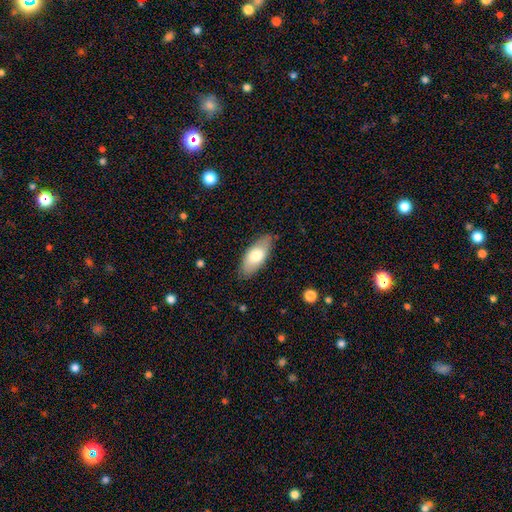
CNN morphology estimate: smooth-or-featured: smooth: 71% | featured or disk: 23% | star or artifact: 6%
  how-rounded: in between: 85% | cigar-shaped: 13% | round: 2%
  merging: none: 83% | minor disturbance: 13% | major disturbance: 2% | merger: 1%